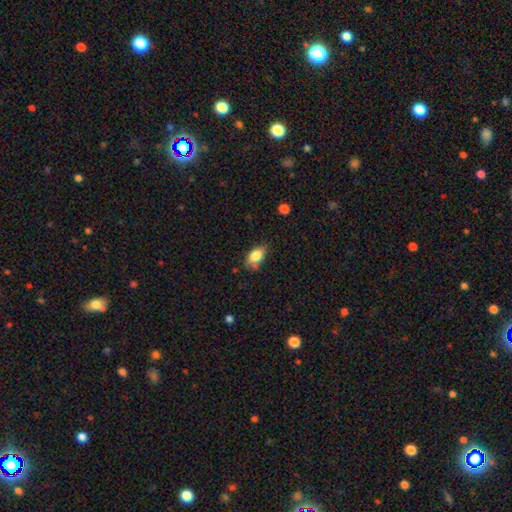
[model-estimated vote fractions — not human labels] Smooth or featured?
  - smooth: 80% *
  - featured or disk: 12%
  - star or artifact: 8%
How rounded?
  - in between: 87% *
  - round: 9%
  - cigar-shaped: 4%
Merging?
  - none: 54% *
  - minor disturbance: 34%
  - major disturbance: 8%
  - merger: 4%